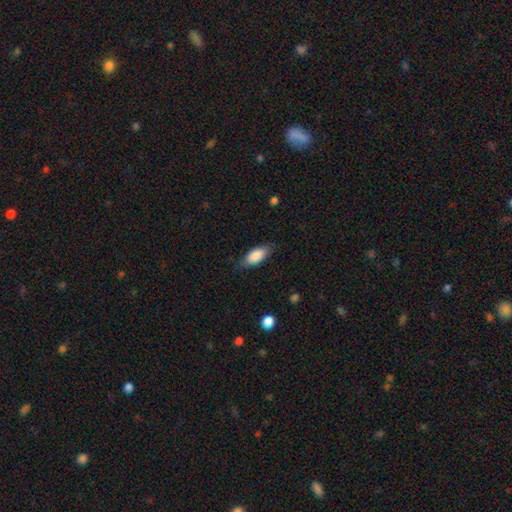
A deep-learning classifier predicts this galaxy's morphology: Overall: smooth (84%). How rounded: in between (83%). Merging: none (79%).